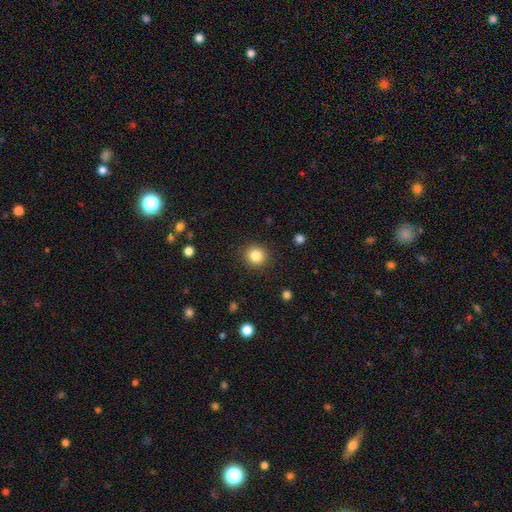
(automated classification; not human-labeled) The model was most divided on "smooth or featured": smooth: 84%, star or artifact: 11%, featured or disk: 6%. More confident: merging — none (90%); how rounded — round (89%).